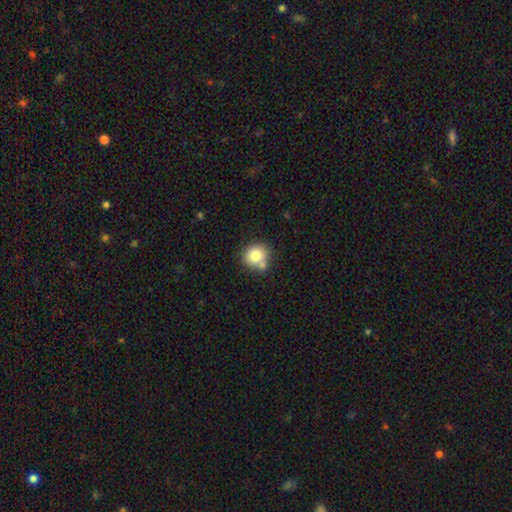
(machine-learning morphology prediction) Smooth or featured? smooth (78%)
How rounded? round (80%)
Merging? none (61%)